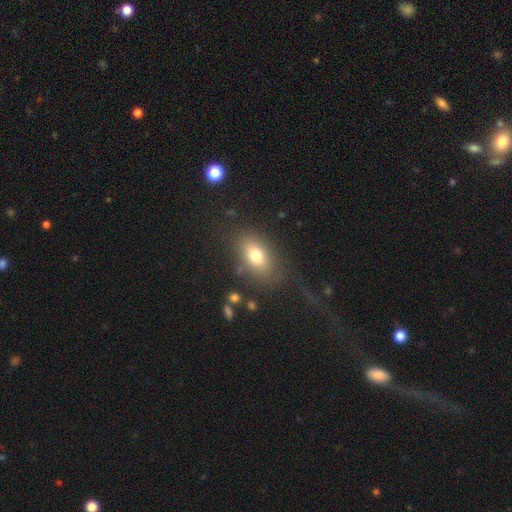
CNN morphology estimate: smooth-or-featured: smooth: 76% | featured or disk: 14% | star or artifact: 10%
  how-rounded: in between: 83% | round: 14% | cigar-shaped: 3%
  merging: none: 77% | minor disturbance: 13% | major disturbance: 7% | merger: 2%